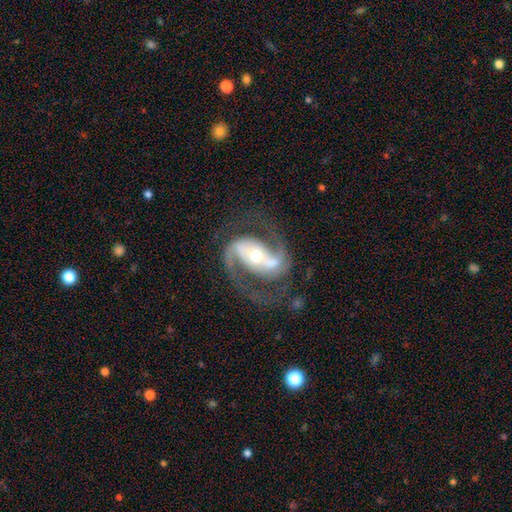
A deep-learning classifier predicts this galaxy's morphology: A featured or disk galaxy (91%) with a strong bar (50%), 2 (93%) medium (60%) spiral arms (98%) and a moderate central bulge (62%).

Vote fractions:
- Smooth or featured? featured or disk: 91% / star or artifact: 5% / smooth: 4%
- Edge-on disk? no: 97% / yes: 3%
- Bar? strong: 50% / weak: 28% / no: 21%
- Spiral arms? yes: 98% / no: 2%
- Spiral winding? medium: 60% / loose: 23% / tight: 18%
- Spiral arm count? 2: 93% / 1: 2% / can't tell: 2% / 3: 2% / 4: 1% / more than 4: 1%
- Bulge size? moderate: 62% / small: 28% / large: 7% / dominant: 1% / none: 1%
- Merging? none: 74% / minor disturbance: 13% / major disturbance: 10% / merger: 2%